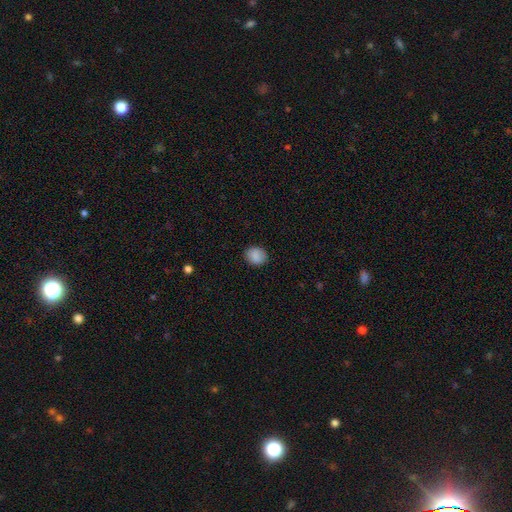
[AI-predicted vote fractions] A smooth galaxy with no disk features (87%) that is round (66%).

Vote fractions:
- Smooth or featured? smooth: 87% / star or artifact: 8% / featured or disk: 5%
- How rounded? round: 66% / in between: 33% / cigar-shaped: 1%
- Merging? none: 88% / minor disturbance: 9% / major disturbance: 2% / merger: 1%